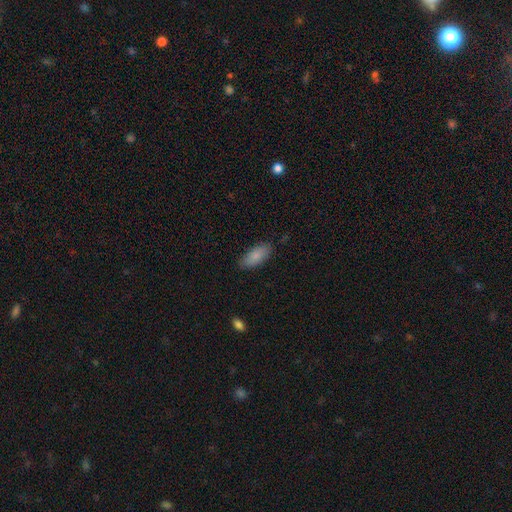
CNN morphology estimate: Q: Smooth or featured?
A: smooth (87%); runner-up: featured or disk (7%)
Q: How rounded?
A: in between (84%); runner-up: cigar-shaped (14%)
Q: Merging?
A: none (85%); runner-up: minor disturbance (12%)